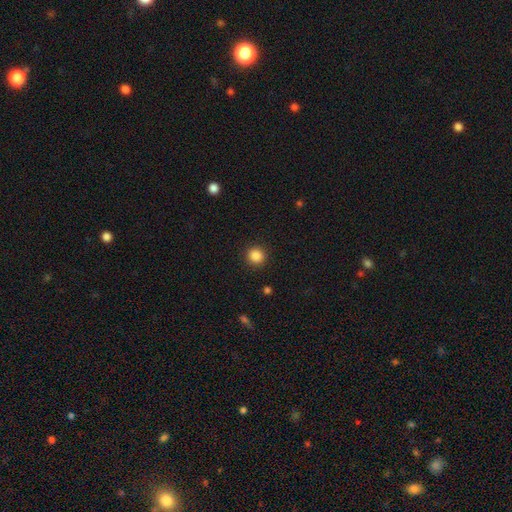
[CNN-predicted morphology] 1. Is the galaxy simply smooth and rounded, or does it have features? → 86% smooth, 11% star or artifact, 3% featured or disk.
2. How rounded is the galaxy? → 91% round, 8% in between, 1% cigar-shaped.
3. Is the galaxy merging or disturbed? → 91% none, 6% minor disturbance, 2% major disturbance, 1% merger.